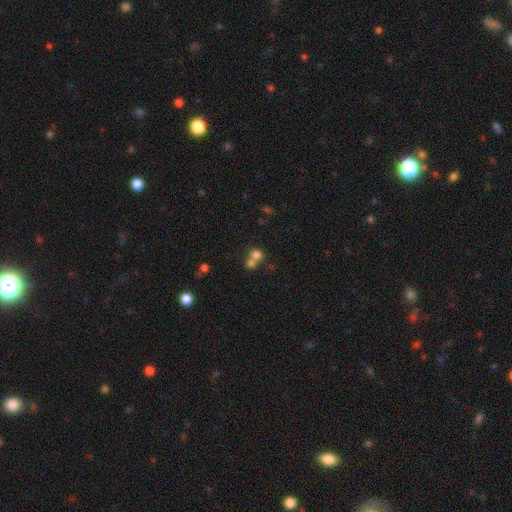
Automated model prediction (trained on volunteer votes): This appears to be a smooth galaxy with no disk features (73%) that is round (82%). Merging: merger (52%).